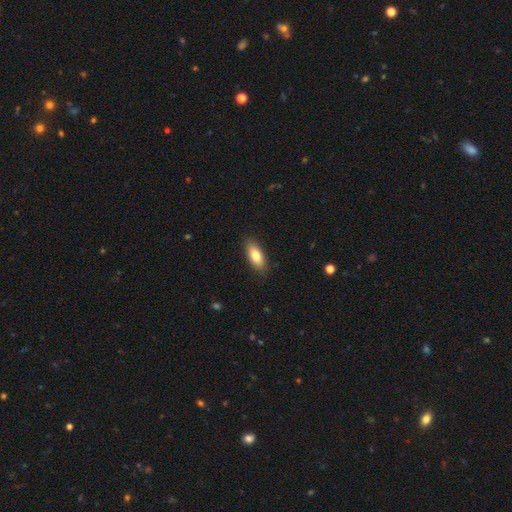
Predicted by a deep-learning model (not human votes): A smooth galaxy with no disk features (82%) that is in between round and cigar-shaped (83%).

Vote fractions:
- Smooth or featured? smooth: 82% / featured or disk: 12% / star or artifact: 7%
- How rounded? in between: 83% / cigar-shaped: 14% / round: 3%
- Merging? none: 85% / minor disturbance: 11% / major disturbance: 2% / merger: 1%